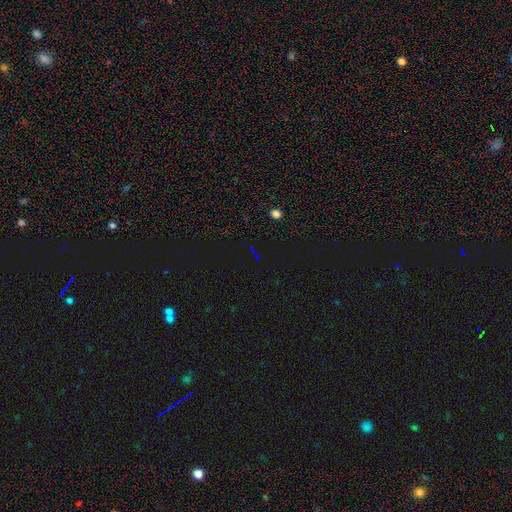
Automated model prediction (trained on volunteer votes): Smooth or featured?
  - star or artifact: 75% *
  - smooth: 15%
  - featured or disk: 10%